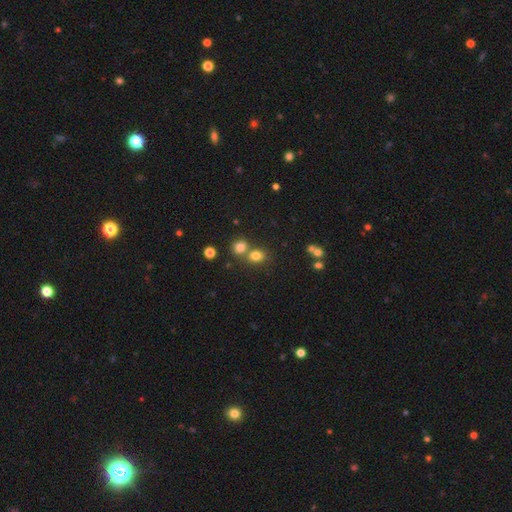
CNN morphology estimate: Smooth or featured?
  - smooth: 77% *
  - star or artifact: 15%
  - featured or disk: 8%
How rounded?
  - round: 59% *
  - in between: 40%
  - cigar-shaped: 1%
Merging?
  - none: 52% *
  - merger: 37%
  - minor disturbance: 8%
  - major disturbance: 3%